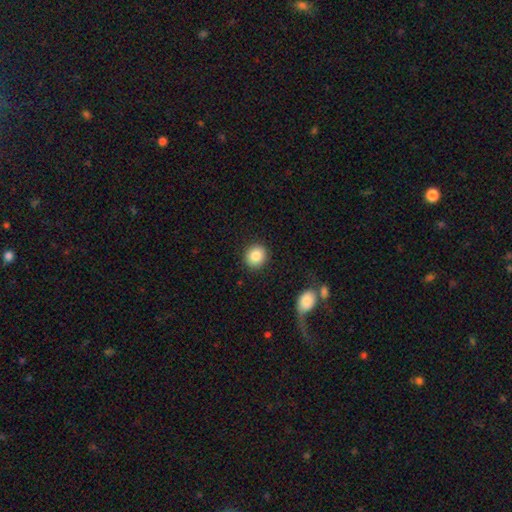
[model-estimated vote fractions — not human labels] Smooth or featured?
  - smooth: 86% *
  - star or artifact: 8%
  - featured or disk: 6%
How rounded?
  - round: 82% *
  - in between: 17%
  - cigar-shaped: 1%
Merging?
  - none: 90% *
  - minor disturbance: 6%
  - major disturbance: 2%
  - merger: 2%